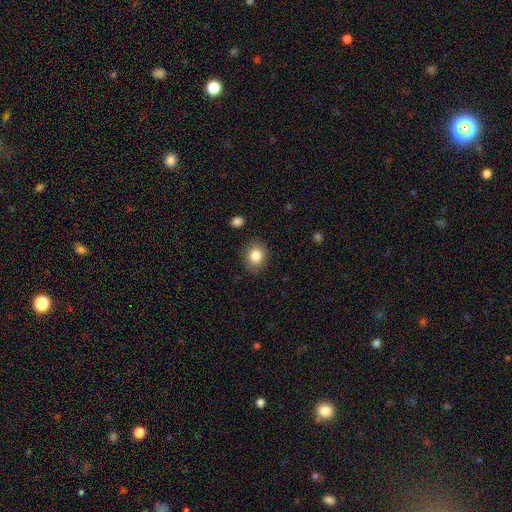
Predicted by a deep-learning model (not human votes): smooth-or-featured: smooth: 84% | star or artifact: 9% | featured or disk: 7%
  how-rounded: round: 62% | in between: 37% | cigar-shaped: 1%
  merging: none: 87% | minor disturbance: 9% | major disturbance: 3% | merger: 1%